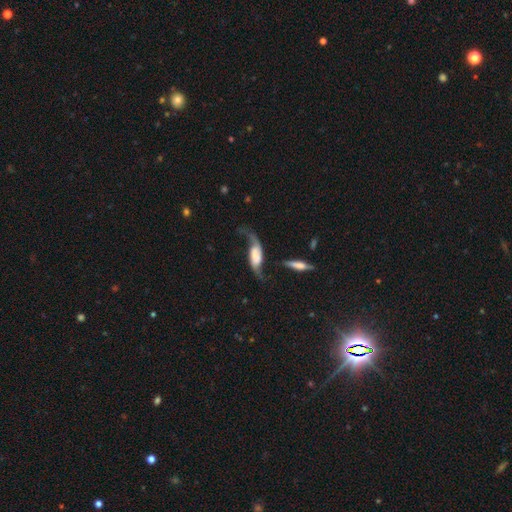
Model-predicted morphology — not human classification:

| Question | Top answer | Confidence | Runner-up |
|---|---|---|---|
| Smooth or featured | featured or disk | 71% | smooth (22%) |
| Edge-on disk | no | 87% | yes (13%) |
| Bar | no | 48% | weak (30%) |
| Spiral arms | yes | 91% | no (9%) |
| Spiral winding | loose | 88% | medium (9%) |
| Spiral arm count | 2 | 87% | 1 (8%) |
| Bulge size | none | 35% | large (24%) |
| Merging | none | 47% | major disturbance (25%) |